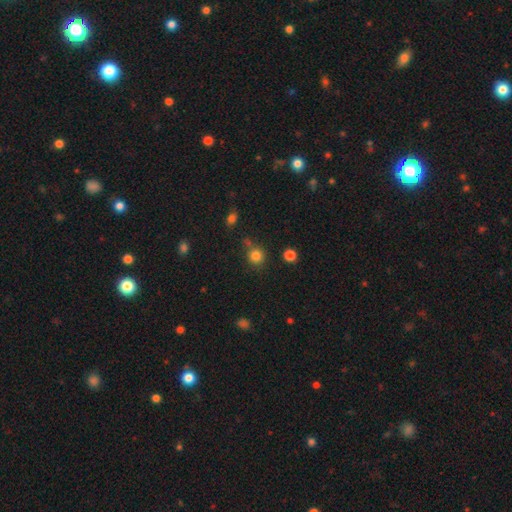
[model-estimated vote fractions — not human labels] This appears to be a smooth galaxy with no disk features (82%) that is round (91%). Merging: none (76%).